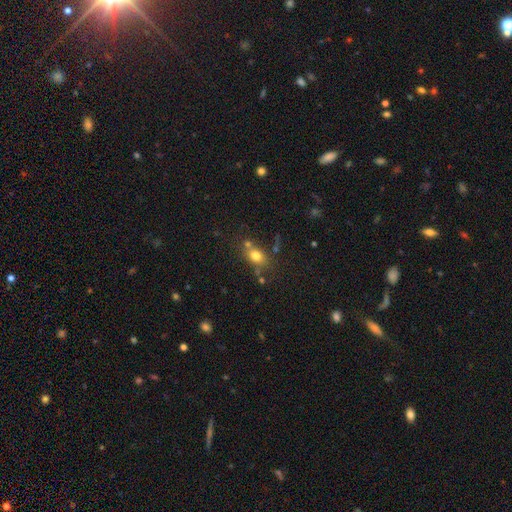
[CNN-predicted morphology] Smooth or featured? smooth (75%)
How rounded? in between (64%)
Merging? none (60%)